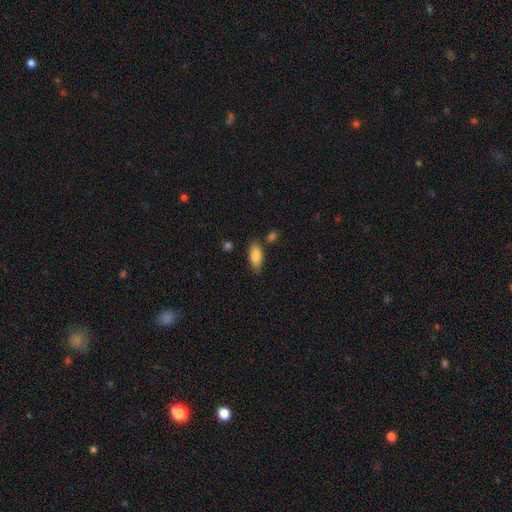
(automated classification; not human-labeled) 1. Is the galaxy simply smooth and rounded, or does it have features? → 87% smooth, 7% star or artifact, 6% featured or disk.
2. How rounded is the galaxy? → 88% in between, 10% cigar-shaped, 2% round.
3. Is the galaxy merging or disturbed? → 78% none, 14% minor disturbance, 5% merger, 3% major disturbance.